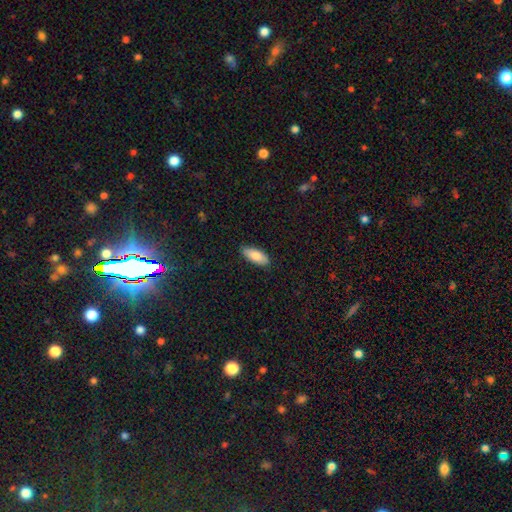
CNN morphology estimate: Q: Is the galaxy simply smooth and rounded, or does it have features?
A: smooth — 84%.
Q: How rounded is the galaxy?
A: in between — 81%.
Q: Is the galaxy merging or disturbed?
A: none — 86%.